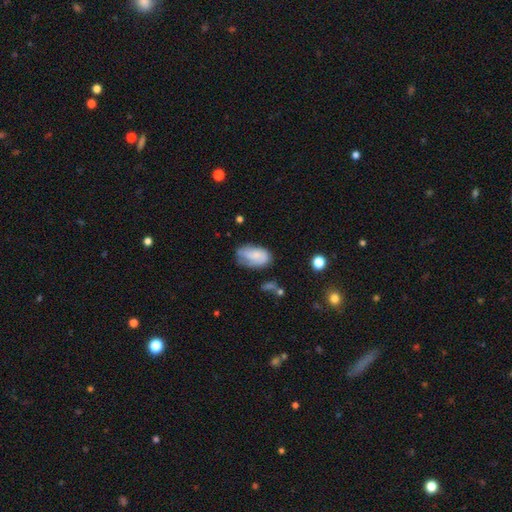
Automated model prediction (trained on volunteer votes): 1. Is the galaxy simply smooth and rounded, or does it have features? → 56% smooth, 36% featured or disk, 8% star or artifact.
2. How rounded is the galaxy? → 91% in between, 7% round, 2% cigar-shaped.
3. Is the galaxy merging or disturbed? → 44% none, 35% minor disturbance, 17% major disturbance, 4% merger.